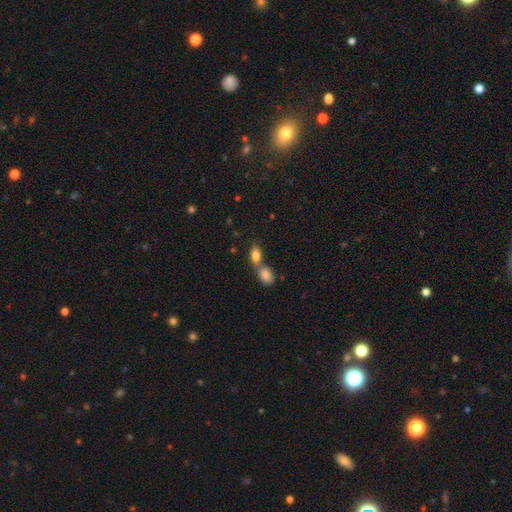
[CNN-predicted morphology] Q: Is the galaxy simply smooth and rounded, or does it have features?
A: smooth — 82%.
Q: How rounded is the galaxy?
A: in between — 87%.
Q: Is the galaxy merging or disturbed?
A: merger — 56%.